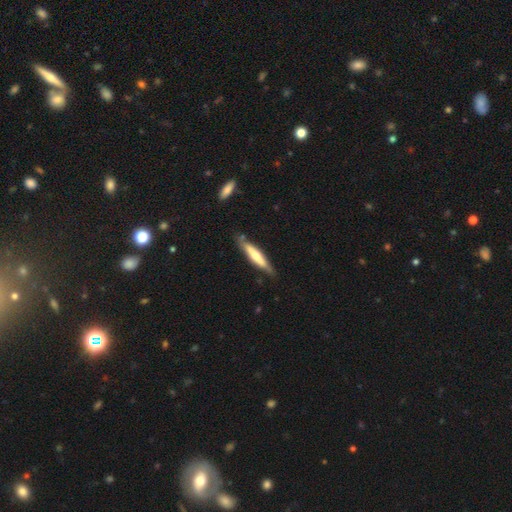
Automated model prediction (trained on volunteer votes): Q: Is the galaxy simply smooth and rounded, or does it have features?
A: smooth — 52%.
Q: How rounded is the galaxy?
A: cigar-shaped — 87%.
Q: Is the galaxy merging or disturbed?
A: none — 76%.